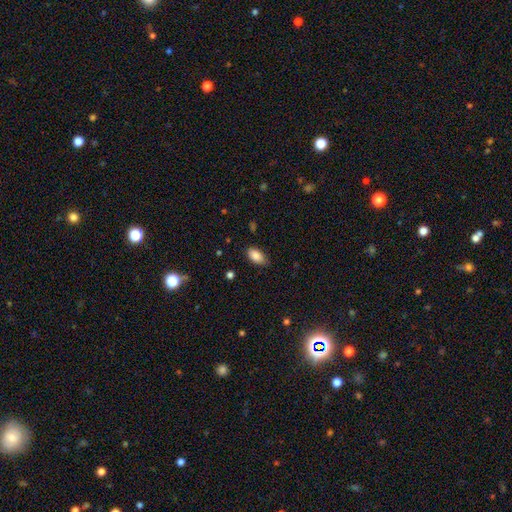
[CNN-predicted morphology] Overall: smooth (87%). How rounded: in between (93%). Merging: none (79%).